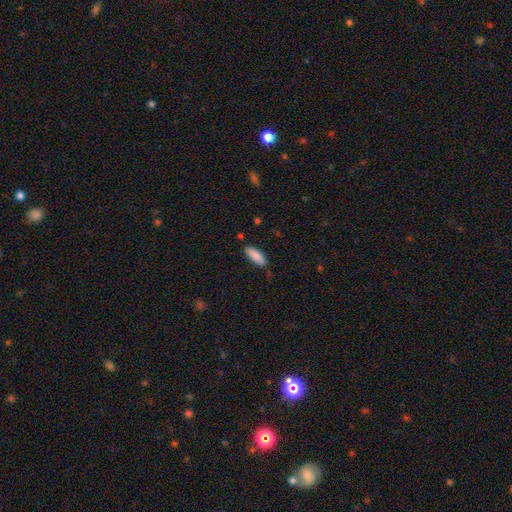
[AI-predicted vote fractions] A smooth galaxy with no disk features (88%) that is in between round and cigar-shaped (62%). Merging: none (80%).